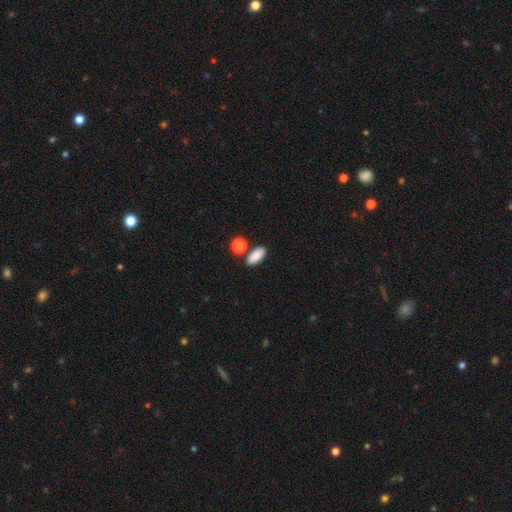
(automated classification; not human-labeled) Overall: smooth (87%). How rounded: in between (85%). Merging: none (77%).